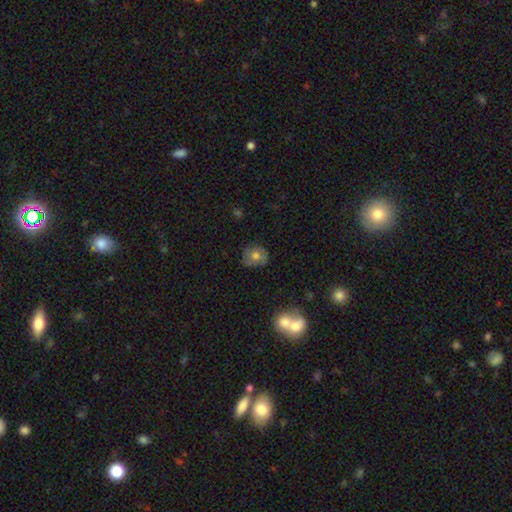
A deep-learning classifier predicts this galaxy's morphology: The model was most divided on "smooth or featured": smooth: 64%, featured or disk: 26%, star or artifact: 10%. More confident: how rounded — round (71%); merging — none (70%).